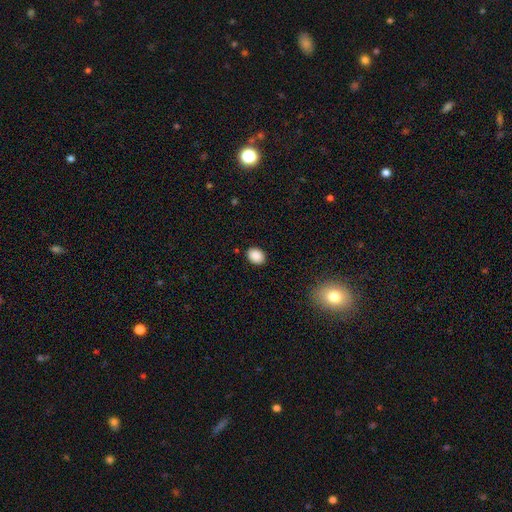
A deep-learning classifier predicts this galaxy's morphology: Smooth or featured? smooth (89%)
How rounded? in between (66%)
Merging? none (88%)